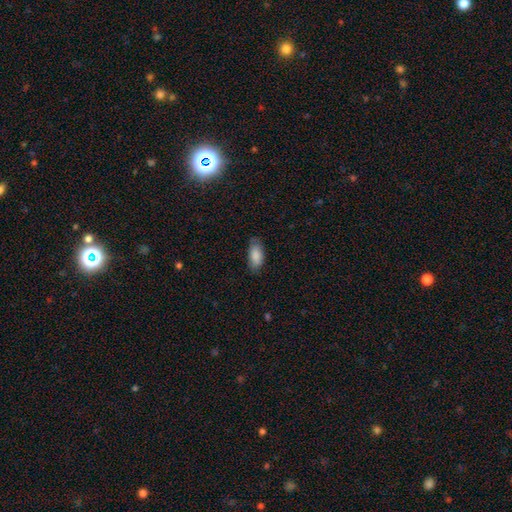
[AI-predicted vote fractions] Smooth or featured?
  - smooth: 87% *
  - featured or disk: 7%
  - star or artifact: 6%
How rounded?
  - in between: 89% *
  - cigar-shaped: 9%
  - round: 2%
Merging?
  - none: 75% *
  - minor disturbance: 20%
  - major disturbance: 4%
  - merger: 1%